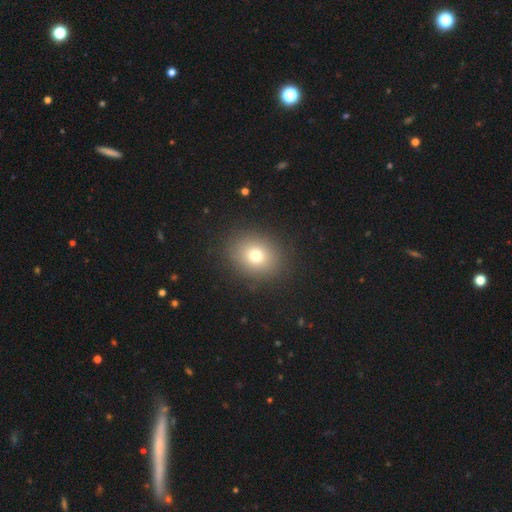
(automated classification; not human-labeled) Smooth or featured?
  - smooth: 74% *
  - star or artifact: 15%
  - featured or disk: 11%
How rounded?
  - round: 64% *
  - in between: 35%
  - cigar-shaped: 1%
Merging?
  - none: 88% *
  - minor disturbance: 7%
  - major disturbance: 3%
  - merger: 1%